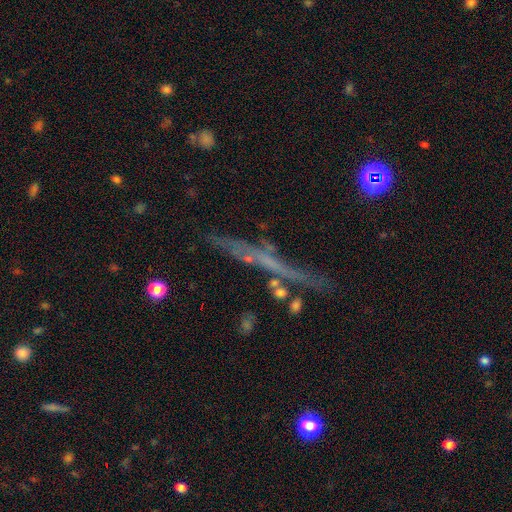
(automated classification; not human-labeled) featured or disk 54%, smooth 30%, star or artifact 16%. Down the decision tree: edge-on disk — yes (91%); merging — none (80%).